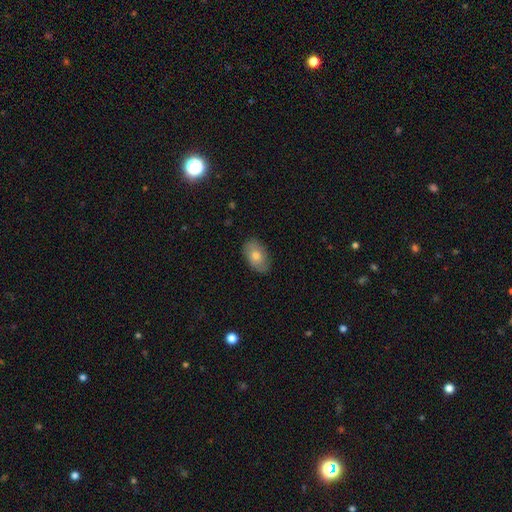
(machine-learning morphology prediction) Smooth or featured?
  - smooth: 69% *
  - featured or disk: 23%
  - star or artifact: 8%
How rounded?
  - in between: 90% *
  - round: 9%
  - cigar-shaped: 2%
Merging?
  - none: 84% *
  - minor disturbance: 13%
  - major disturbance: 2%
  - merger: 1%